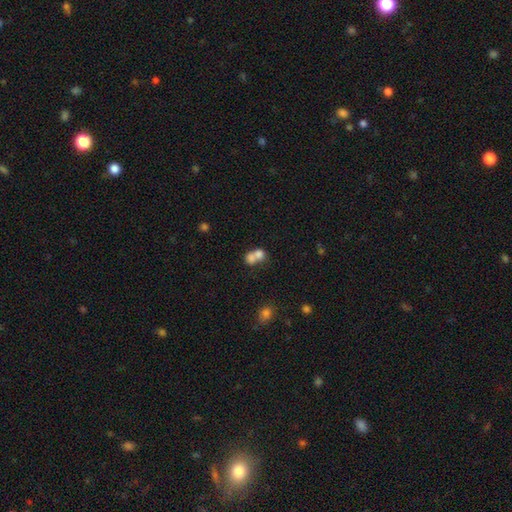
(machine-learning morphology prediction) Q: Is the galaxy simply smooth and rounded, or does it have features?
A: smooth — 73%.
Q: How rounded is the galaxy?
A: round — 58%.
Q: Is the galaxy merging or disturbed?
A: merger — 69%.